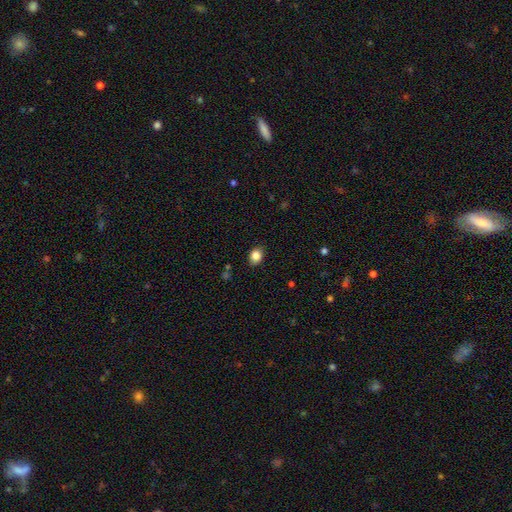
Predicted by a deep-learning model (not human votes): smooth-or-featured: smooth: 85% | star or artifact: 10% | featured or disk: 5%
  how-rounded: in between: 52% | round: 47% | cigar-shaped: 1%
  merging: none: 87% | minor disturbance: 9% | major disturbance: 2% | merger: 1%